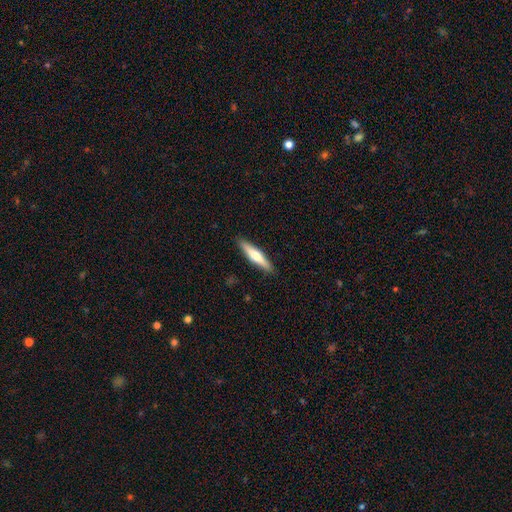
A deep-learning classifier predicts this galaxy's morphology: Q: Smooth or featured?
A: smooth (52%); runner-up: featured or disk (43%)
Q: How rounded?
A: cigar-shaped (84%); runner-up: in between (14%)
Q: Merging?
A: none (90%); runner-up: minor disturbance (7%)